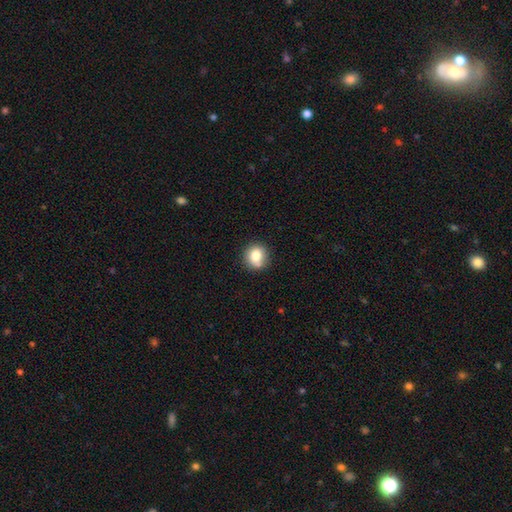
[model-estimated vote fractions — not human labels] Smooth or featured? smooth (78%)
How rounded? round (85%)
Merging? none (71%)